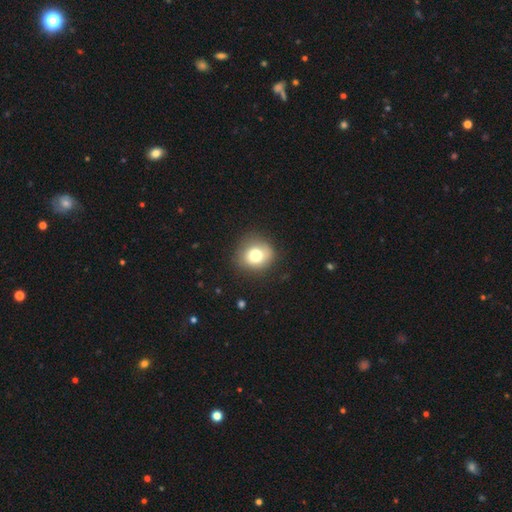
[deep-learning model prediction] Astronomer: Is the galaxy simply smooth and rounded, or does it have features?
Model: smooth — 76%.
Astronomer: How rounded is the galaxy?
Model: round — 81%.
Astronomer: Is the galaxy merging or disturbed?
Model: none — 78%.